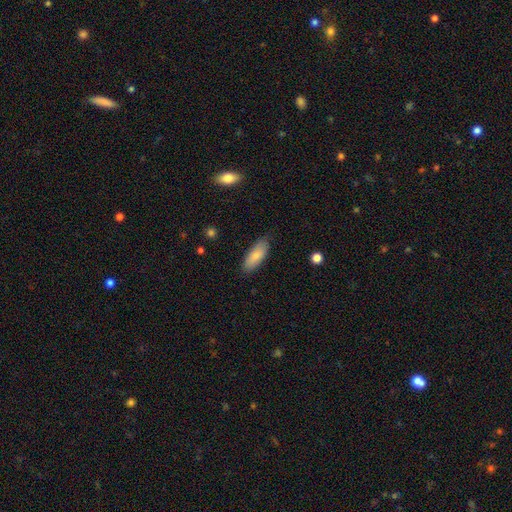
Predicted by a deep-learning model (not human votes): Smooth or featured: smooth — 83% (featured or disk — 11%)
How rounded: in between — 74% (cigar-shaped — 24%)
Merging: none — 82% (minor disturbance — 14%)